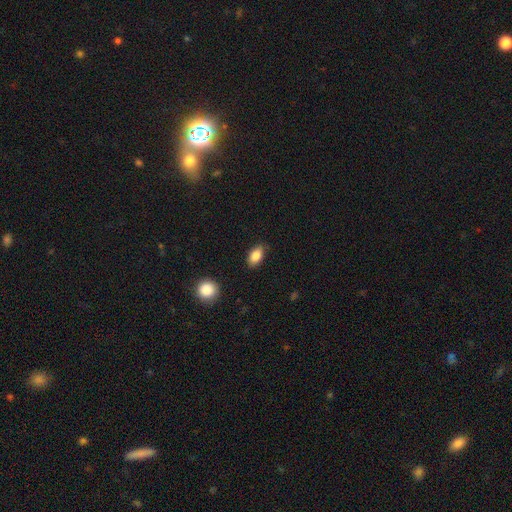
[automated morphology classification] smooth_or_featured: smooth (p=0.86) [alt: star or artifact p=0.08]
how_rounded: in between (p=0.89) [alt: round p=0.08]
merging: none (p=0.82) [alt: minor disturbance p=0.14]